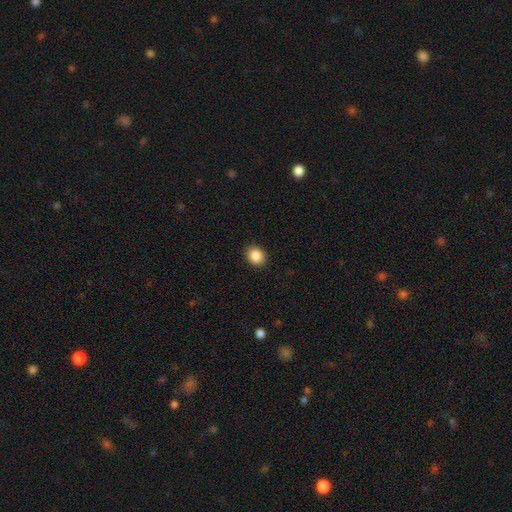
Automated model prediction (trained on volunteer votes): Smooth or featured: smooth — 87% (star or artifact — 9%)
How rounded: round — 60% (in between — 39%)
Merging: none — 91% (minor disturbance — 6%)